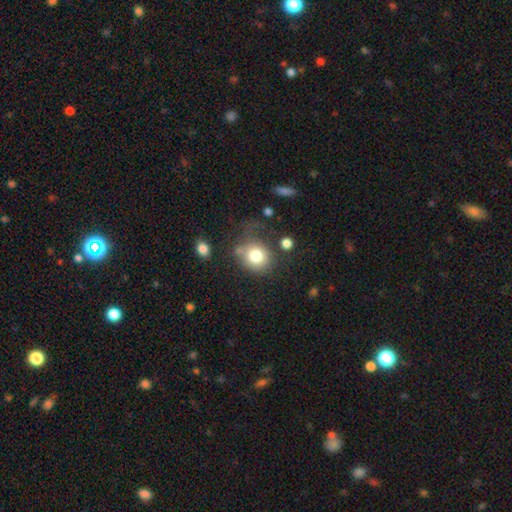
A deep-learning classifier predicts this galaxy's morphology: smooth_or_featured: smooth (p=0.78) [alt: featured or disk p=0.12]
how_rounded: round (p=0.77) [alt: in between p=0.22]
merging: none (p=0.56) [alt: minor disturbance p=0.22]